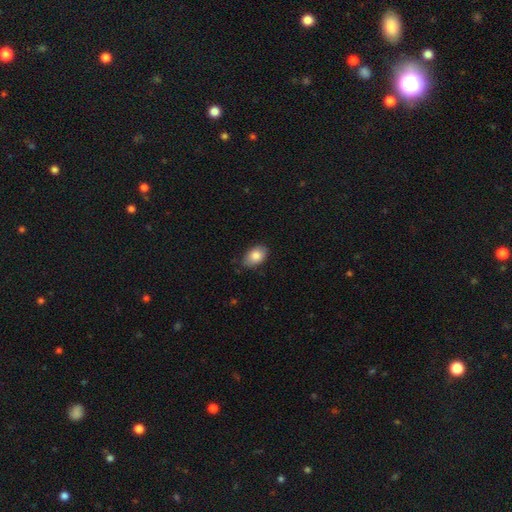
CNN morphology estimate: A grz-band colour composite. It shows a smooth galaxy with no disk features (84%) that is in between round and cigar-shaped (87%). Merging: none (77%).